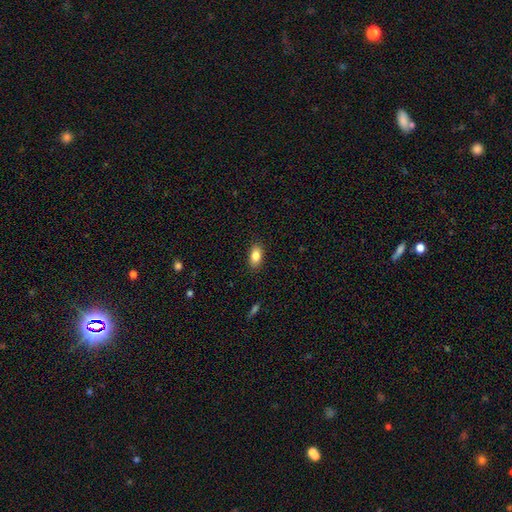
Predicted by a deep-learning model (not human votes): smooth 84%, featured or disk 8%, star or artifact 8%. Down the decision tree: how rounded — in between (90%); merging — none (88%).